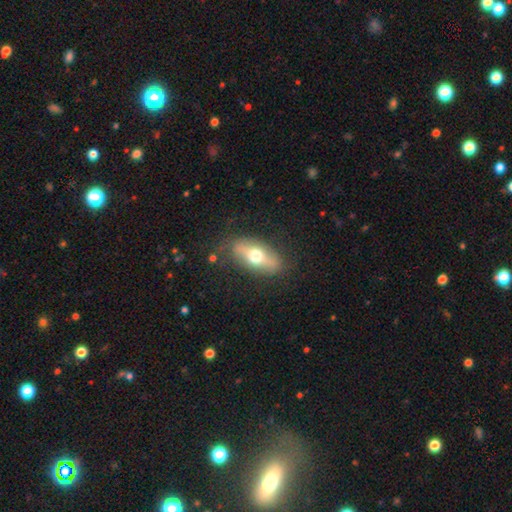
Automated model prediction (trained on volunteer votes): smooth-or-featured: smooth: 48% | featured or disk: 45% | star or artifact: 7%
  merging: none: 80% | minor disturbance: 14% | major disturbance: 5% | merger: 2%